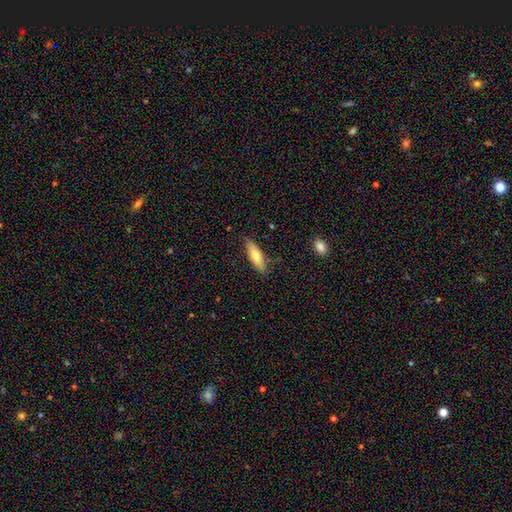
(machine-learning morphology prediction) type=smooth (66%); roundness=cigar-shaped (54%); merging=none (83%).